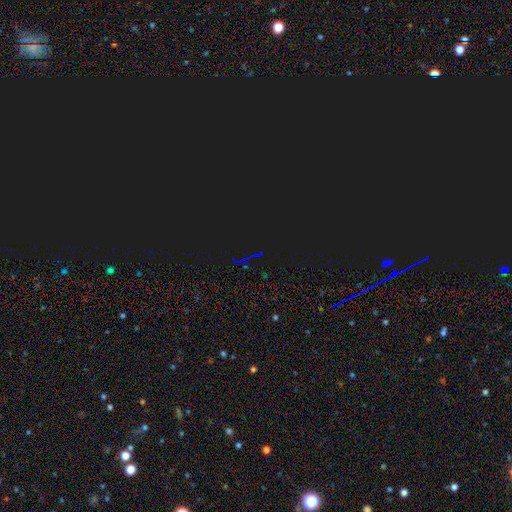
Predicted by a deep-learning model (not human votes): The model was most divided on "smooth or featured": star or artifact: 83%, smooth: 9%, featured or disk: 8%.